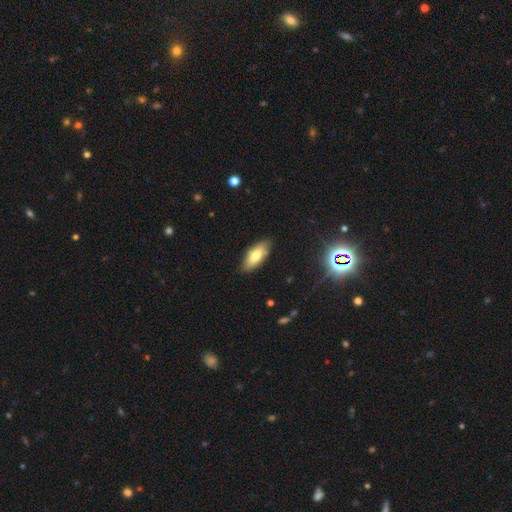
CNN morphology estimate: This appears to be a smooth galaxy with no disk features (74%) that is in between round and cigar-shaped (80%). Merging: none (84%).